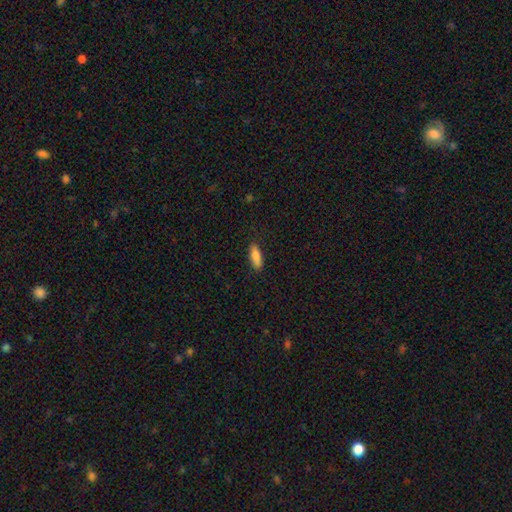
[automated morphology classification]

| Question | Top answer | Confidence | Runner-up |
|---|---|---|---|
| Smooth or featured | smooth | 85% | featured or disk (9%) |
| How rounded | in between | 64% | cigar-shaped (34%) |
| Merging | none | 85% | minor disturbance (12%) |